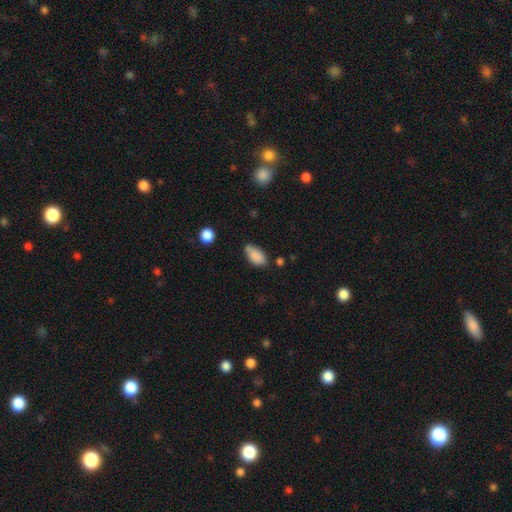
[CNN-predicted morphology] Smooth or featured? smooth (87%)
How rounded? in between (93%)
Merging? none (64%)